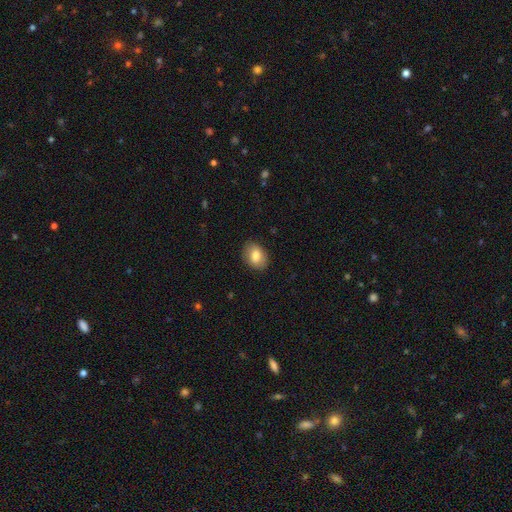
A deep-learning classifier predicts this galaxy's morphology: The model was most divided on "how rounded": in between: 72%, round: 27%, cigar-shaped: 1%. More confident: merging — none (87%); smooth or featured — smooth (81%).